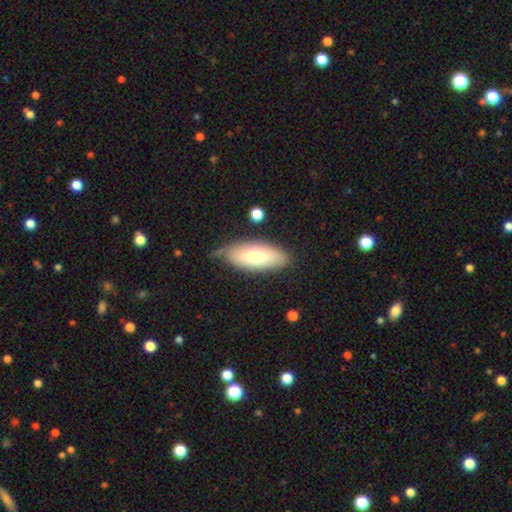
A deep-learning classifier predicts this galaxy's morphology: Smooth or featured? Predicted: smooth (p=0.66). How rounded? Predicted: in between (p=0.84). Merging? Predicted: none (p=0.67).